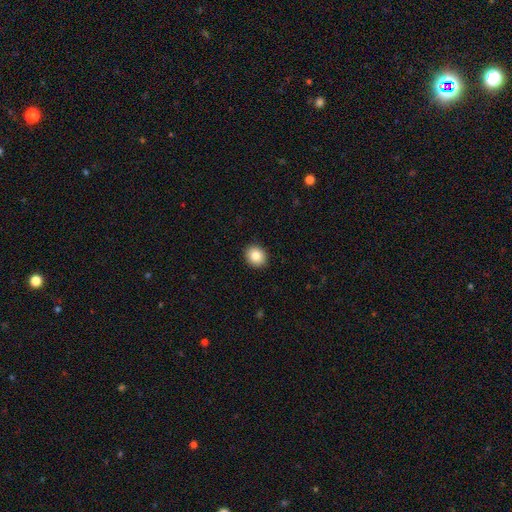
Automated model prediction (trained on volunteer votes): Morphology: type=smooth (84%); roundness=round (70%); merging=none (92%).